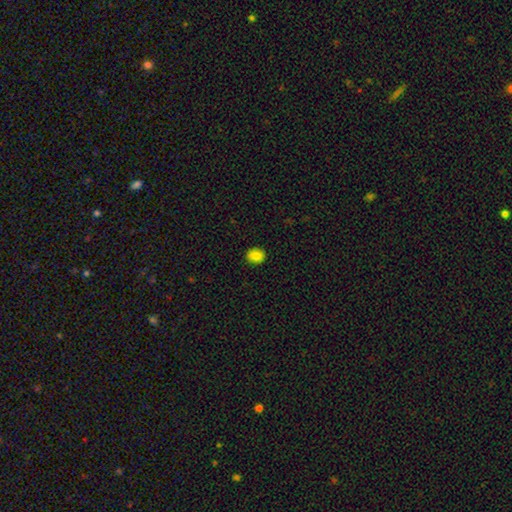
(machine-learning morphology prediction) Smooth or featured? Predicted: smooth (p=0.85). How rounded? Predicted: round (p=0.66). Merging? Predicted: none (p=0.90).